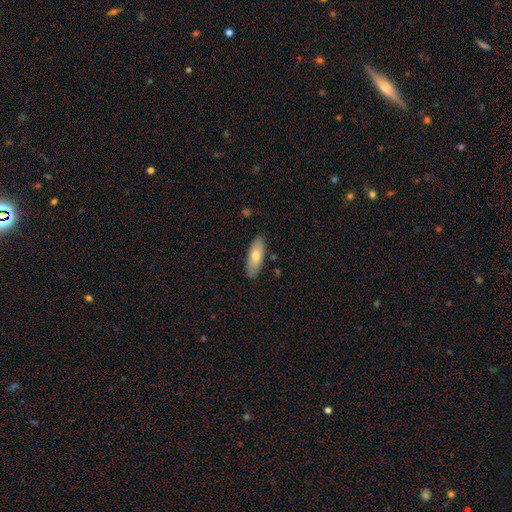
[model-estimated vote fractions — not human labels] Smooth or featured: smooth — 69% (featured or disk — 25%)
How rounded: in between — 63% (cigar-shaped — 34%)
Merging: none — 86% (minor disturbance — 10%)